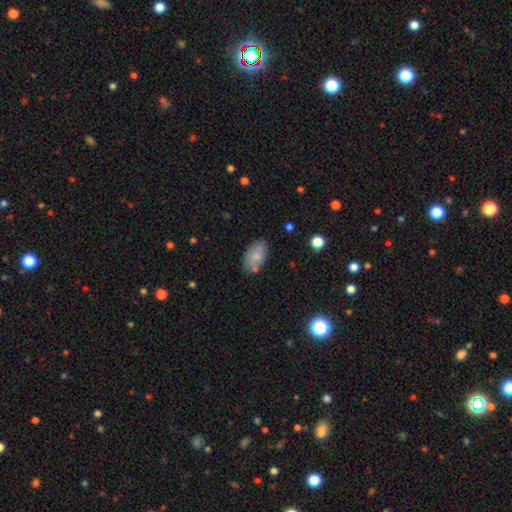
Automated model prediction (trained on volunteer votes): Morphology: type=smooth (74%); roundness=in between (93%); merging=none (71%).